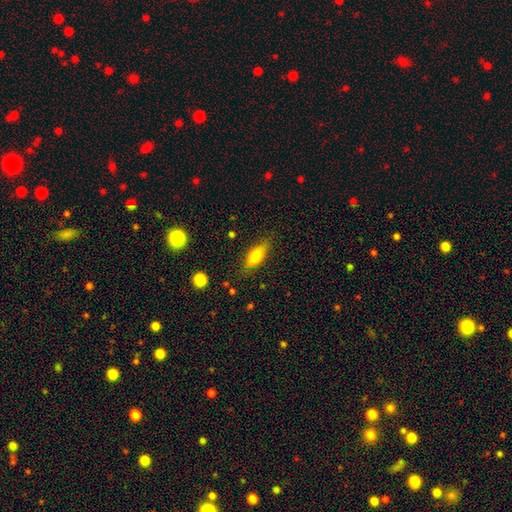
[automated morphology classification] Smooth or featured: smooth — 77% (featured or disk — 16%)
How rounded: in between — 70% (cigar-shaped — 28%)
Merging: none — 81% (minor disturbance — 14%)